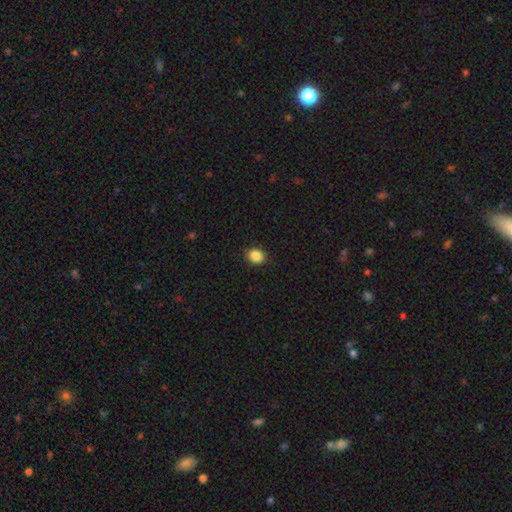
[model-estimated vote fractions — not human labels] Smooth or featured? smooth (88%)
How rounded? round (56%)
Merging? none (88%)